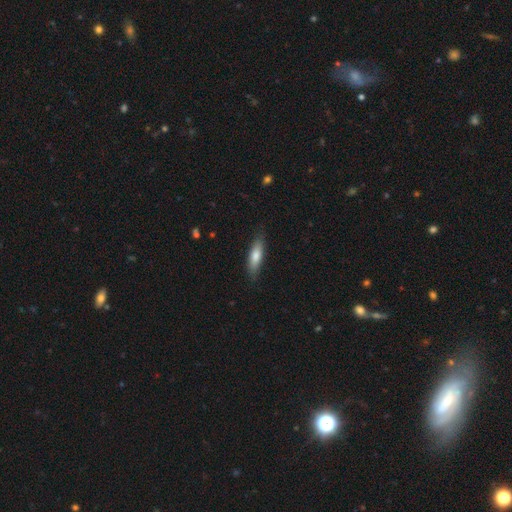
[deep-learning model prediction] Smooth or featured? smooth (74%)
How rounded? cigar-shaped (60%)
Merging? none (82%)